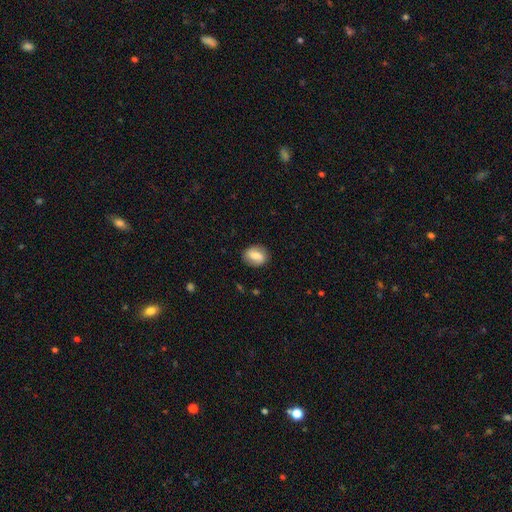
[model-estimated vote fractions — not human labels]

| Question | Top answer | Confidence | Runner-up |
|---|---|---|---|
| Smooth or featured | smooth | 66% | featured or disk (26%) |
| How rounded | in between | 53% | round (45%) |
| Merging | none | 85% | minor disturbance (11%) |